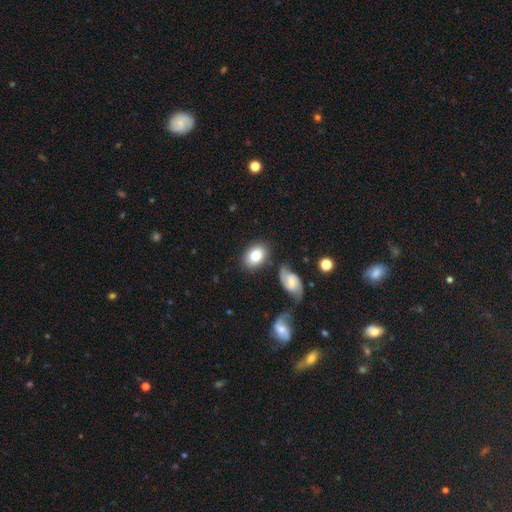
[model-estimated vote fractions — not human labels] smooth-or-featured: smooth: 80% | featured or disk: 13% | star or artifact: 7%
  how-rounded: in between: 78% | round: 20% | cigar-shaped: 1%
  merging: none: 73% | minor disturbance: 14% | merger: 9% | major disturbance: 4%